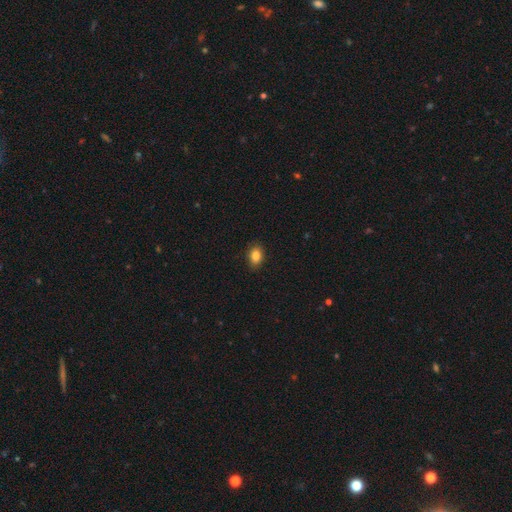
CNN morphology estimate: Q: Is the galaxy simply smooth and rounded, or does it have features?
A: smooth — 86%.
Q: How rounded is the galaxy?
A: in between — 79%.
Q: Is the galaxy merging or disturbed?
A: none — 88%.